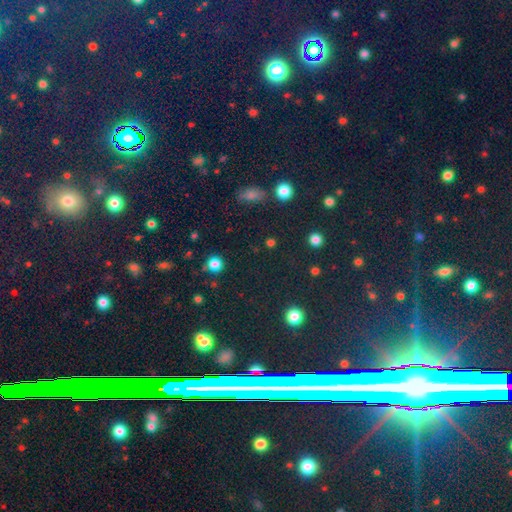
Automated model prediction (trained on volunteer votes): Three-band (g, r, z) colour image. It shows a star or artifact, not a galaxy (73%).